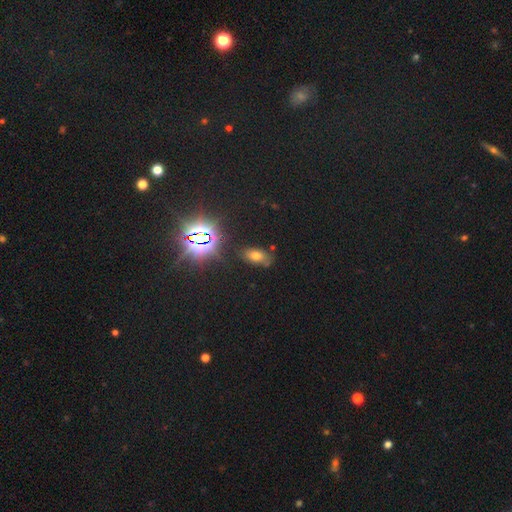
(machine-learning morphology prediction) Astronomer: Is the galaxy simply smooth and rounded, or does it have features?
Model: smooth — 57%.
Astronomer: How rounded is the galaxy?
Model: in between — 87%.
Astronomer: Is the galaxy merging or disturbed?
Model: none — 78%.